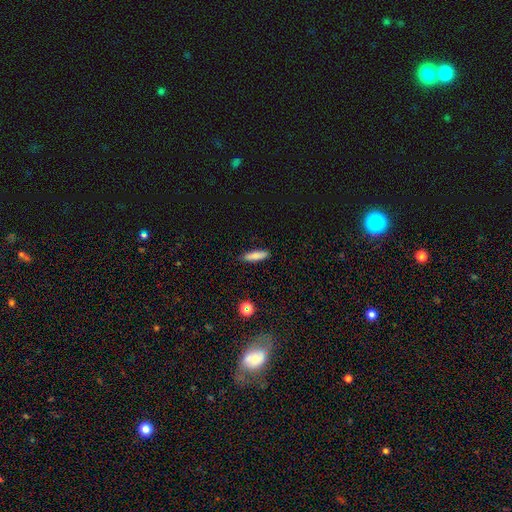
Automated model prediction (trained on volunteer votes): smooth-or-featured: smooth: 80% | featured or disk: 11% | star or artifact: 8%
  how-rounded: cigar-shaped: 64% | in between: 33% | round: 2%
  merging: none: 86% | minor disturbance: 11% | major disturbance: 2% | merger: 1%